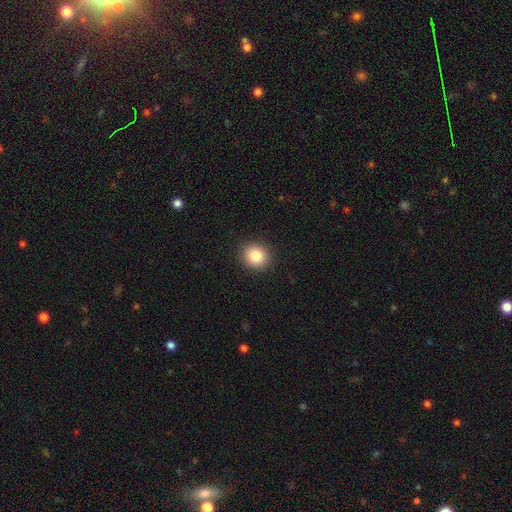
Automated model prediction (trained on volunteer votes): Smooth or featured? Predicted: smooth (p=0.84). How rounded? Predicted: round (p=0.77). Merging? Predicted: none (p=0.91).